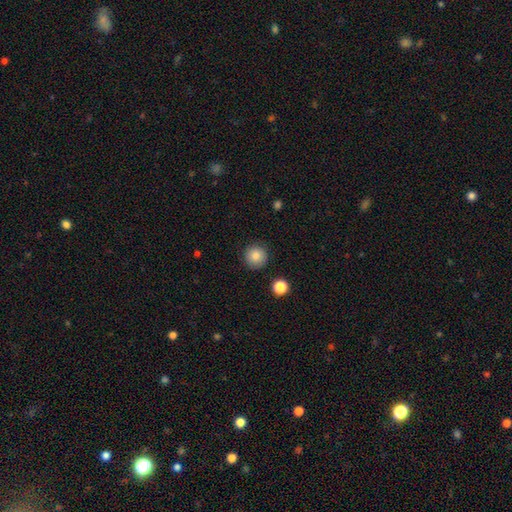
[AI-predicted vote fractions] Overall: smooth (85%). How rounded: round (95%). Merging: none (90%).